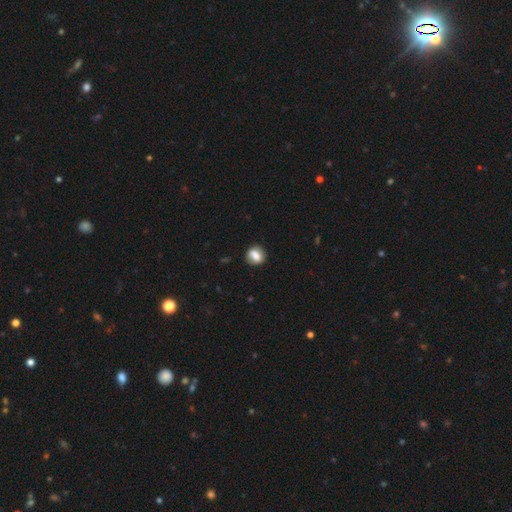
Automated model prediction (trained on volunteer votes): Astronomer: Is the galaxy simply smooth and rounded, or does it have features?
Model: smooth — 69%.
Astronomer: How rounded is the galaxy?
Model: round — 55% (runner-up: in between, 42%).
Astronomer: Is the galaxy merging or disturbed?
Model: none — 79%.